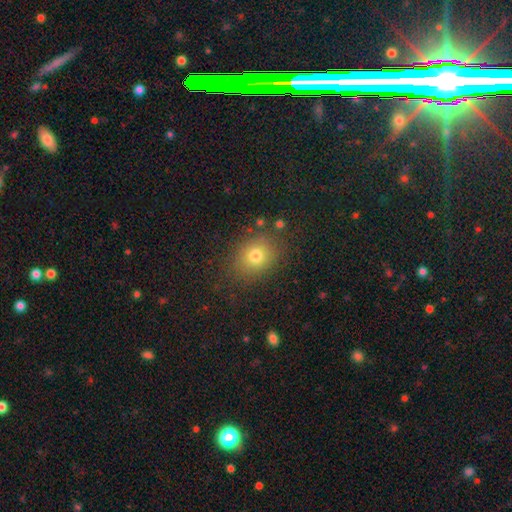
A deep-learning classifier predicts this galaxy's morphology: This is likely a smooth galaxy (75%). How rounded: likely round (62%). Merging: clearly none (82%).